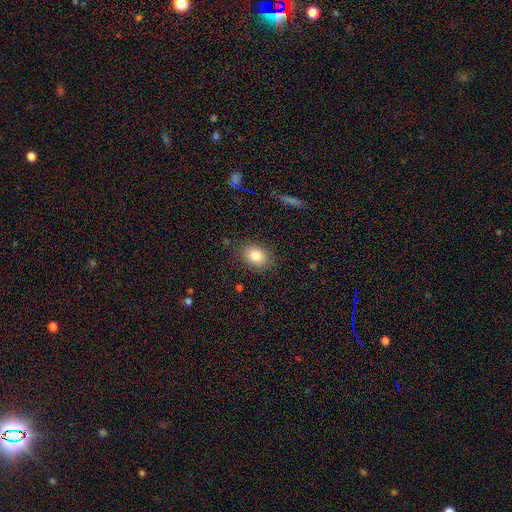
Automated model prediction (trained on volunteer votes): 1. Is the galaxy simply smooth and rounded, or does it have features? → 84% smooth, 9% star or artifact, 7% featured or disk.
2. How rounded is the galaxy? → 63% in between, 36% round, 1% cigar-shaped.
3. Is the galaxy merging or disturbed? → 84% none, 11% minor disturbance, 3% major disturbance, 1% merger.